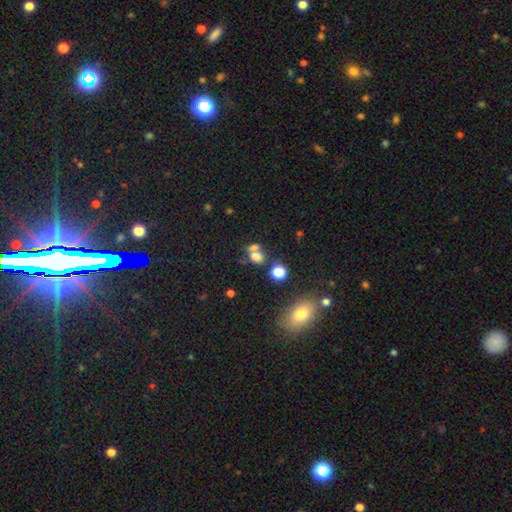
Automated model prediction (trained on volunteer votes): smooth-or-featured: smooth: 69% | star or artifact: 19% | featured or disk: 12%
  how-rounded: in between: 52% | round: 46% | cigar-shaped: 2%
  merging: merger: 45% | none: 39% | minor disturbance: 10% | major disturbance: 6%